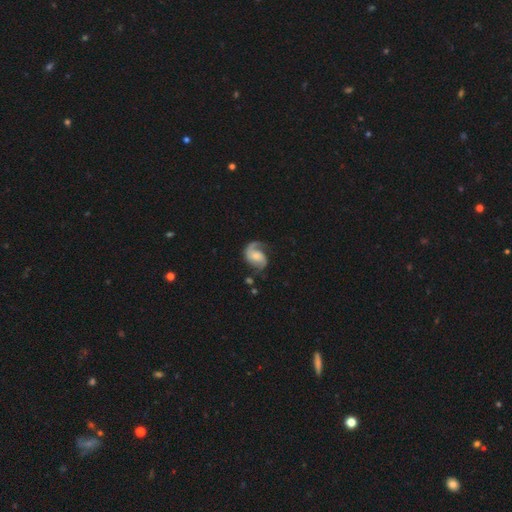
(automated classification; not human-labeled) Smooth or featured?
  - featured or disk: 80% *
  - smooth: 14%
  - star or artifact: 6%
Edge-on disk?
  - no: 98% *
  - yes: 2%
Bar?
  - no: 58% *
  - weak: 34%
  - strong: 8%
Spiral arms?
  - yes: 95% *
  - no: 5%
Spiral winding?
  - medium: 45% *
  - loose: 34%
  - tight: 21%
Spiral arm count?
  - 2: 60% *
  - 1: 35%
  - can't tell: 3%
  - 3: 1%
  - 4: 1%
  - more than 4: 1%
Bulge size?
  - small: 36% *
  - moderate: 35%
  - none: 15%
  - large: 12%
  - dominant: 2%
Merging?
  - none: 56% *
  - minor disturbance: 21%
  - major disturbance: 19%
  - merger: 3%